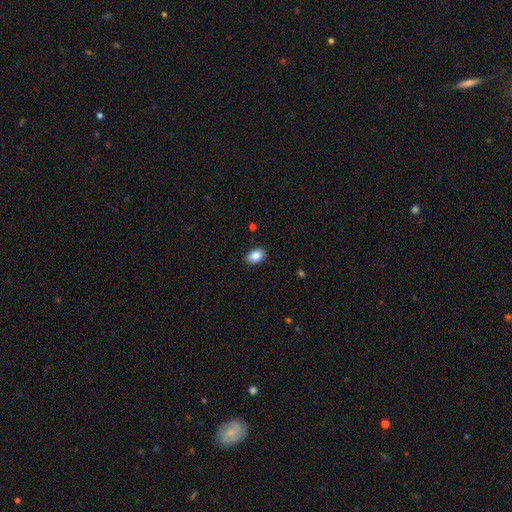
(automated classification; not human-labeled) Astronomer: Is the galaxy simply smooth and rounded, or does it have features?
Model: smooth — 86%.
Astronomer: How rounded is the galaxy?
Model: in between — 85%.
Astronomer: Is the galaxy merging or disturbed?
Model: none — 88%.